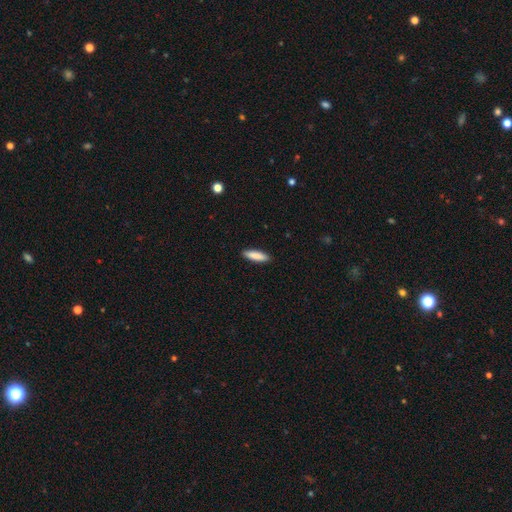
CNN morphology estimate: Smooth or featured: smooth — 88% (featured or disk — 6%)
How rounded: cigar-shaped — 64% (in between — 35%)
Merging: none — 91% (minor disturbance — 7%)